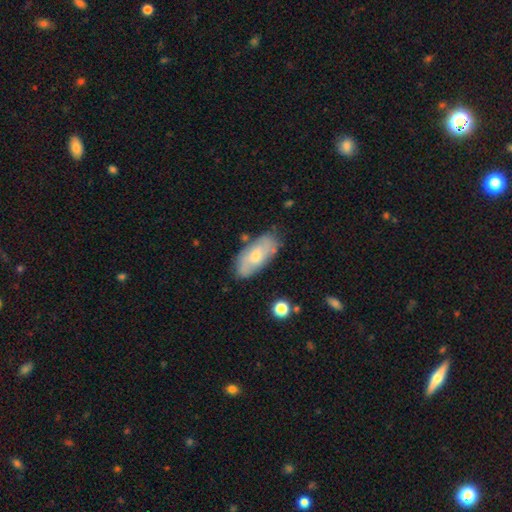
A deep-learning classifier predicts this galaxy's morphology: smooth-or-featured: smooth: 49% | featured or disk: 44% | star or artifact: 7%
  merging: none: 74% | minor disturbance: 18% | major disturbance: 4% | merger: 3%